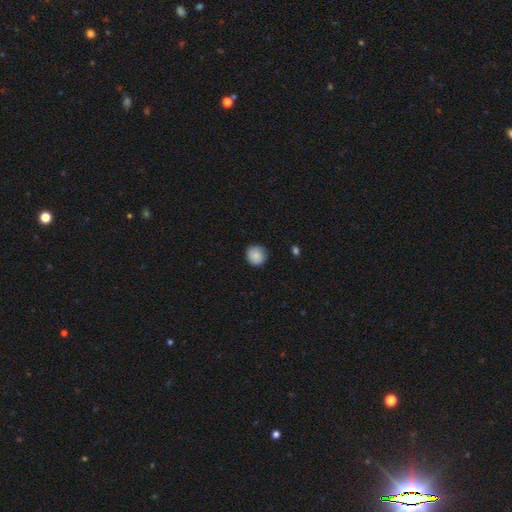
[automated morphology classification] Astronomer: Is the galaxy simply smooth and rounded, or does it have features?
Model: smooth — 86%.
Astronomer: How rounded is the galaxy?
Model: round — 91%.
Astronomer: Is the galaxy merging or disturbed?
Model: none — 82%.